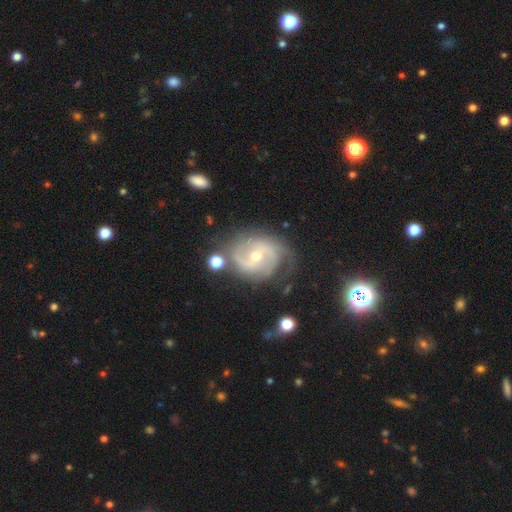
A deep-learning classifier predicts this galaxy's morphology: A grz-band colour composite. It shows a featured or disk galaxy (84%) with a weak bar (43%), 2 (66%) medium (45%) spiral arms (94%) and a small central bulge (52%). Merging: none (63%).